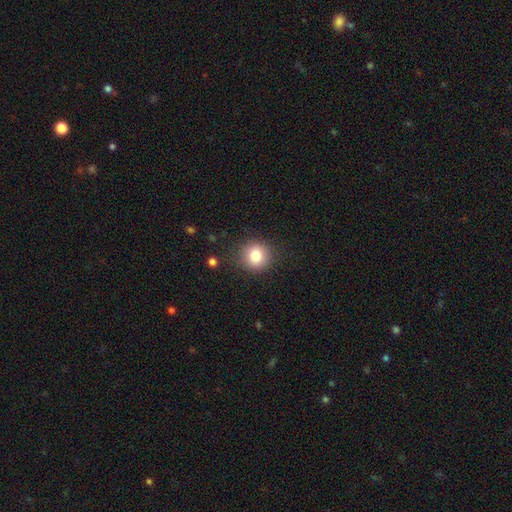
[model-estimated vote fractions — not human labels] Overall: smooth (81%). How rounded: round (90%). Merging: none (86%).